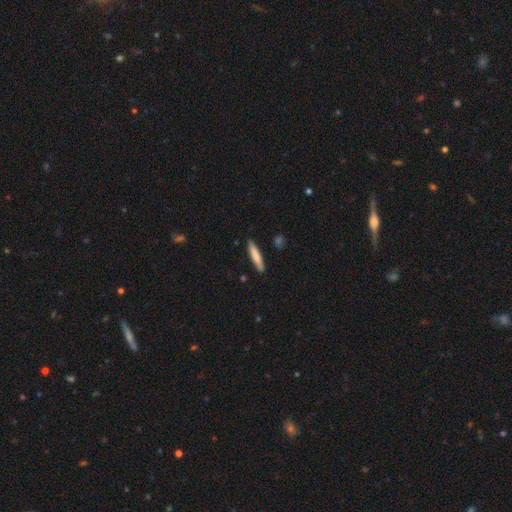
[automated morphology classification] type=smooth (76%); roundness=cigar-shaped (91%); merging=none (89%).